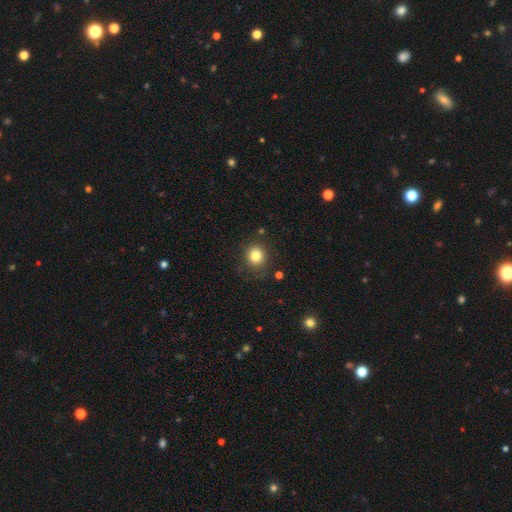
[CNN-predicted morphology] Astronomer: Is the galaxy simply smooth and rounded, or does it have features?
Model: smooth — 82%.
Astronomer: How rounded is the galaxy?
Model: round — 87%.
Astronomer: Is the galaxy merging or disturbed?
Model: none — 85%.